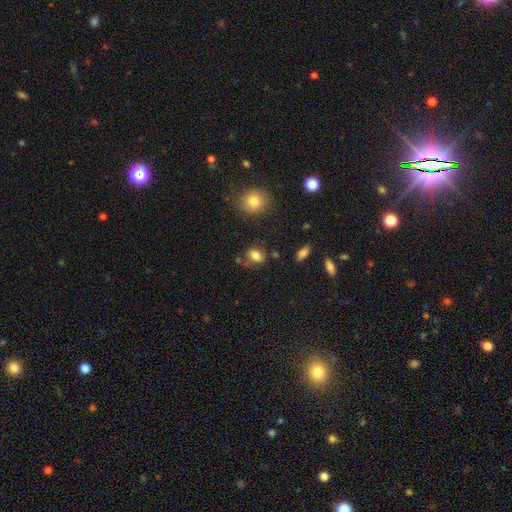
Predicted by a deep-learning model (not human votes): A smooth galaxy with no disk features (80%) that is in between round and cigar-shaped (69%). Merging: none (65%).